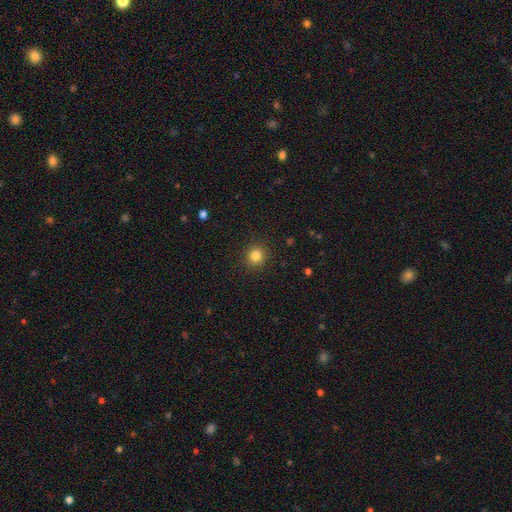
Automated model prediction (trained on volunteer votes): A smooth galaxy with no disk features (83%) that is round (87%). Merging: none (91%).